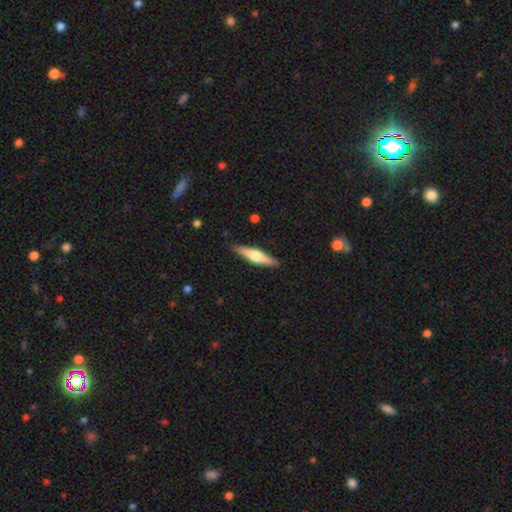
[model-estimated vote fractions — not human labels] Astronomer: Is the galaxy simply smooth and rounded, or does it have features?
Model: featured or disk — 59% (runner-up: smooth, 36%).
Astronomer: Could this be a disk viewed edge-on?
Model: yes — 96%.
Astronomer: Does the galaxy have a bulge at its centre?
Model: rounded — 90%.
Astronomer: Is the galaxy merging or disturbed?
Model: none — 89%.